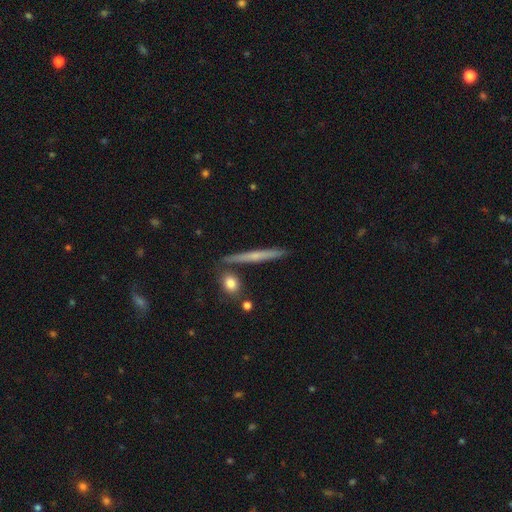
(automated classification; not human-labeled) Smooth or featured? Predicted: featured or disk (p=0.49). Merging? Predicted: none (p=0.86).